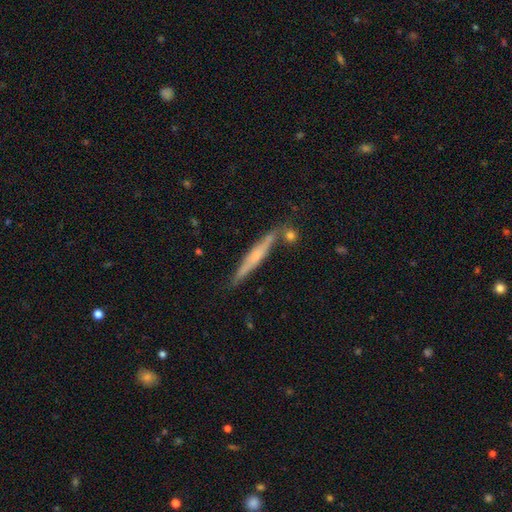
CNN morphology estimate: Smooth or featured: featured or disk — 60% (smooth — 33%)
Edge-on disk: yes — 95% (no — 5%)
Edge-on bulge: rounded — 60% (none — 32%)
Merging: none — 78% (minor disturbance — 12%)